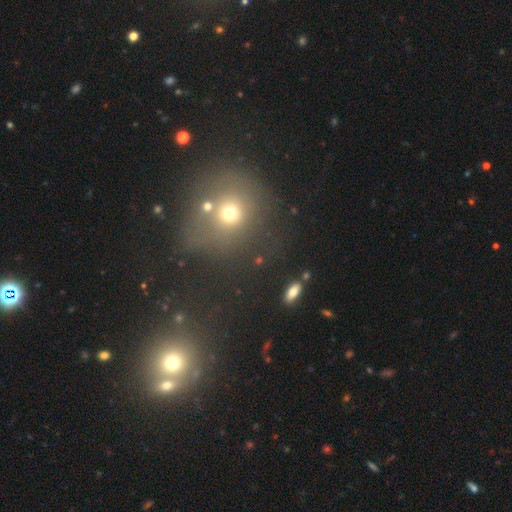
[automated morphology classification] Smooth or featured? Predicted: smooth (p=0.46). Merging? Predicted: none (p=0.61).